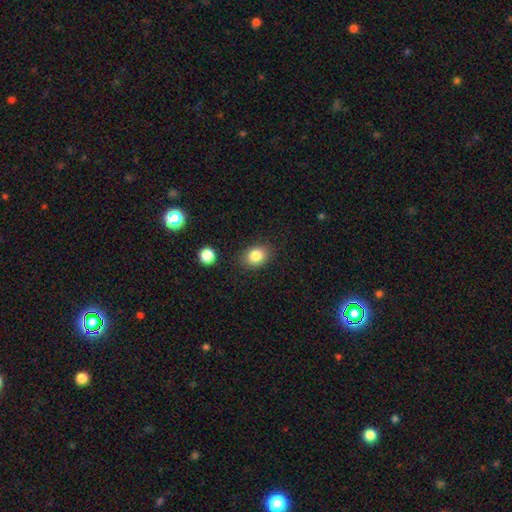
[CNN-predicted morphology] Q: Smooth or featured?
A: smooth (84%); runner-up: star or artifact (10%)
Q: How rounded?
A: in between (53%); runner-up: round (46%)
Q: Merging?
A: none (84%); runner-up: minor disturbance (10%)